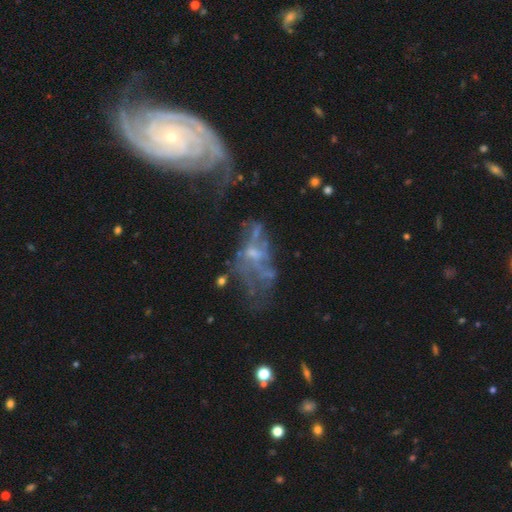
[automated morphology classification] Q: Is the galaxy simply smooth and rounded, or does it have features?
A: featured or disk — 71%.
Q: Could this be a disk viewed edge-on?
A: no — 94%.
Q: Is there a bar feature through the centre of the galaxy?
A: no — 74%.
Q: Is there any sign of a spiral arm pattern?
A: yes — 52%.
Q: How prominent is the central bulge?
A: small — 47%.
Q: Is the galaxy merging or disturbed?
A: major disturbance — 34%.